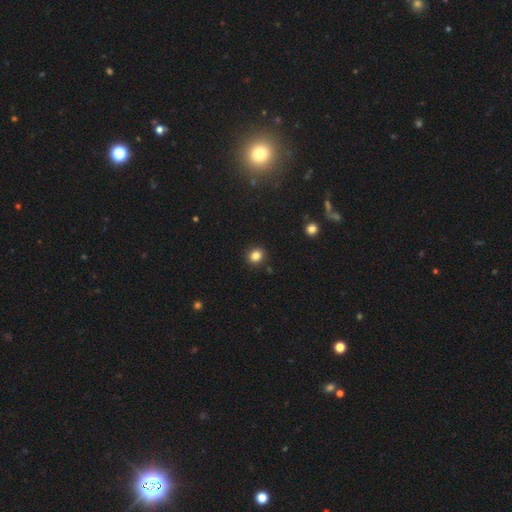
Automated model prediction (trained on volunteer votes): A smooth galaxy with no disk features (85%) that is round (78%).

Vote fractions:
- Smooth or featured? smooth: 85% / star or artifact: 11% / featured or disk: 4%
- How rounded? round: 78% / in between: 21% / cigar-shaped: 1%
- Merging? none: 90% / minor disturbance: 7% / major disturbance: 2% / merger: 1%